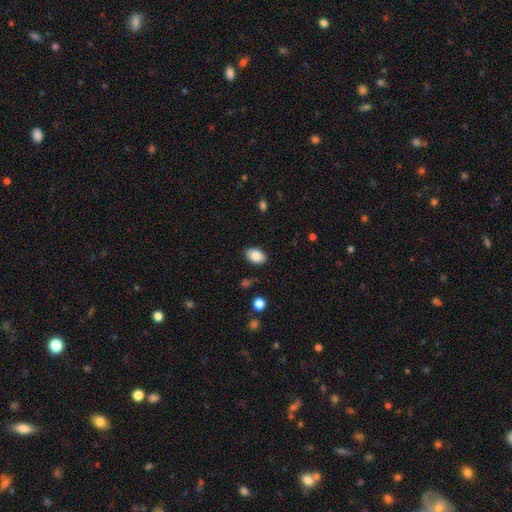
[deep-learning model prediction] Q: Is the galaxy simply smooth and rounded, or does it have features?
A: smooth — 85%.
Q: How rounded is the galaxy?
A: in between — 87%.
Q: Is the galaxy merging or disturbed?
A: none — 87%.